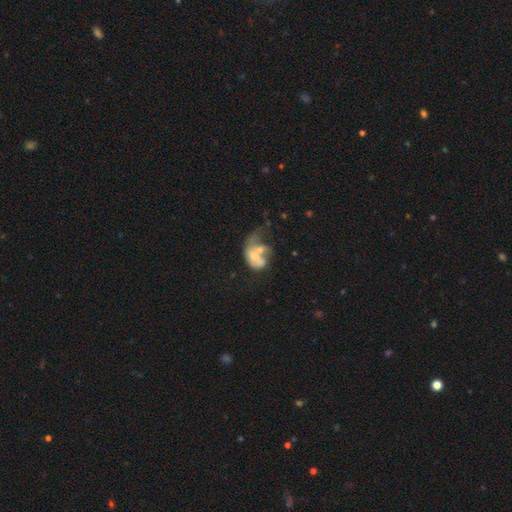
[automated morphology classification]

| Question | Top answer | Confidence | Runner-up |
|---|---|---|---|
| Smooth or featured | smooth | 46% | featured or disk (45%) |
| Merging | merger | 45% | major disturbance (32%) |